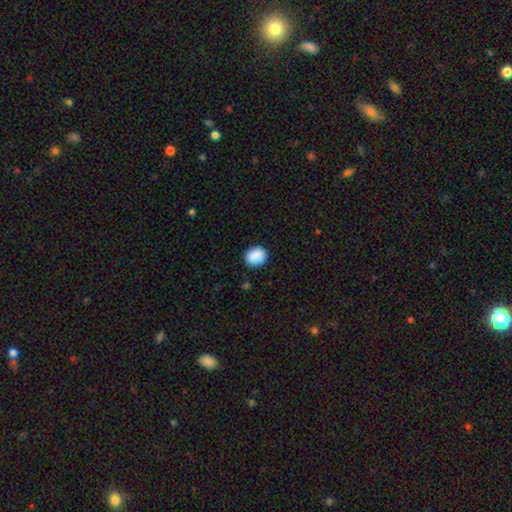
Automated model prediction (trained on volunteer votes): Morphology: type=smooth (87%); roundness=round (66%); merging=none (86%).